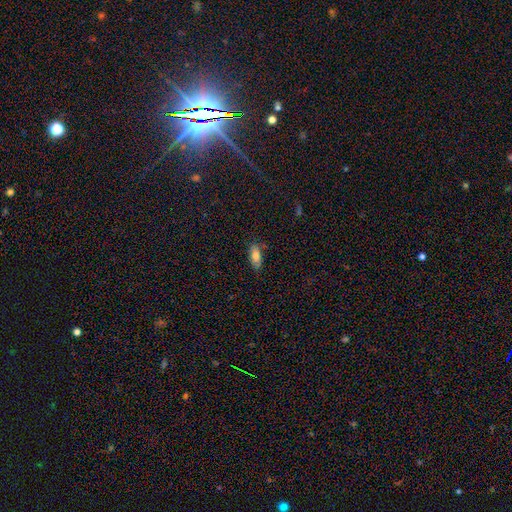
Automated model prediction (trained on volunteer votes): smooth 79%, featured or disk 13%, star or artifact 8%. Down the decision tree: how rounded — in between (82%); merging — none (78%).